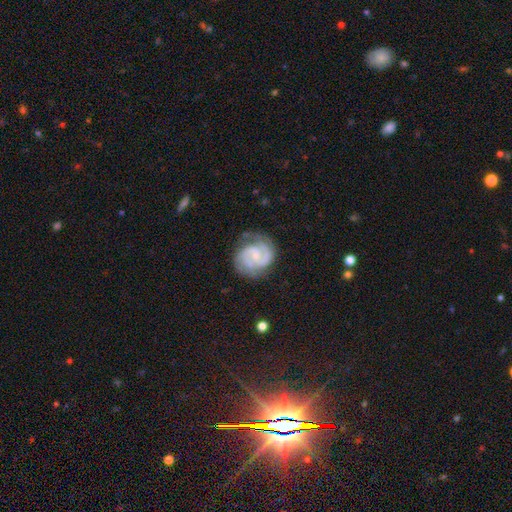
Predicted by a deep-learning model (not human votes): A featured or disk galaxy (87%) with no bar (52%), 2 (79%) tight (47%) spiral arms (97%) and a small central bulge (69%).

Vote fractions:
- Smooth or featured? featured or disk: 87% / smooth: 9% / star or artifact: 5%
- Edge-on disk? no: 98% / yes: 2%
- Bar? no: 52% / weak: 41% / strong: 7%
- Spiral arms? yes: 97% / no: 3%
- Spiral winding? tight: 47% / medium: 44% / loose: 9%
- Spiral arm count? 2: 79% / 3: 7% / can't tell: 7% / 1: 2% / 4: 2% / more than 4: 2%
- Bulge size? small: 69% / moderate: 24% / none: 5% / large: 1% / dominant: 1%
- Merging? none: 72% / minor disturbance: 19% / major disturbance: 7% / merger: 2%